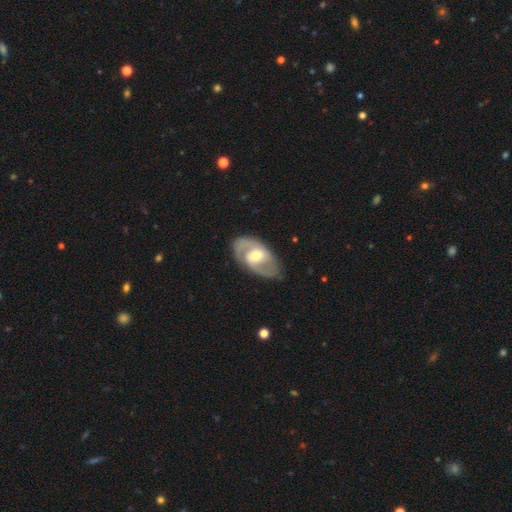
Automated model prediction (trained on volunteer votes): This appears to be a featured or disk galaxy (80%) with a weak bar (47%), 2 (86%) medium (52%) spiral arms (89%) and a moderate central bulge (64%). Merging: none (81%).